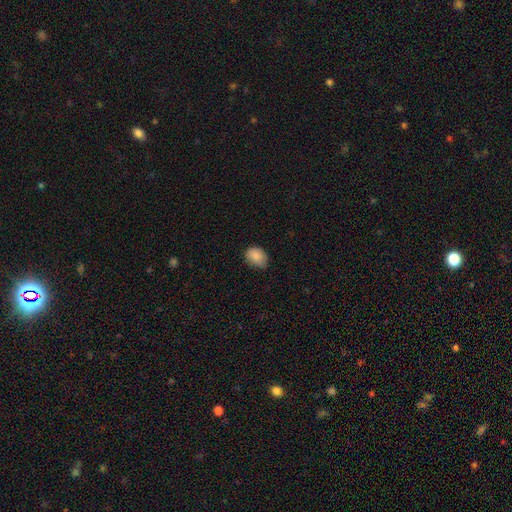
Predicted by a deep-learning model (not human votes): Morphology: type=smooth (86%); roundness=in between (62%); merging=none (66%).